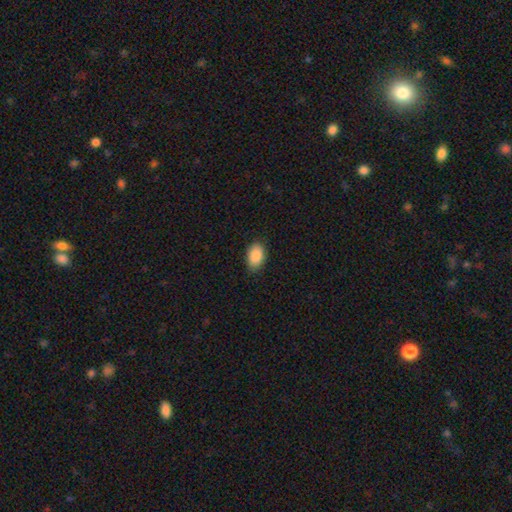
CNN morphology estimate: Q: Smooth or featured?
A: smooth (89%); runner-up: star or artifact (7%)
Q: How rounded?
A: in between (93%); runner-up: round (6%)
Q: Merging?
A: none (85%); runner-up: minor disturbance (12%)